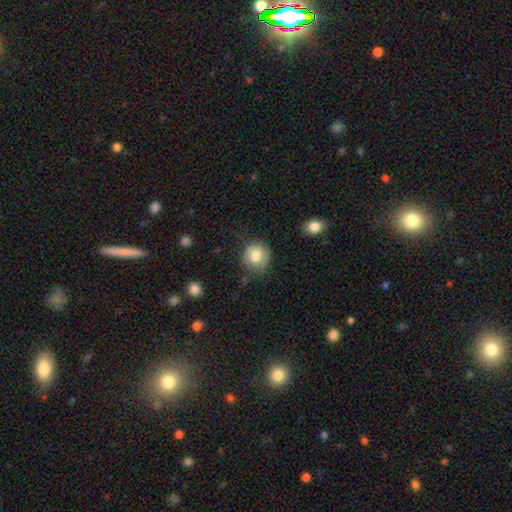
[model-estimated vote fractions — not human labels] smooth_or_featured: smooth (p=0.81) [alt: featured or disk p=0.11]
how_rounded: round (p=0.89) [alt: in between p=0.10]
merging: none (p=0.78) [alt: minor disturbance p=0.16]